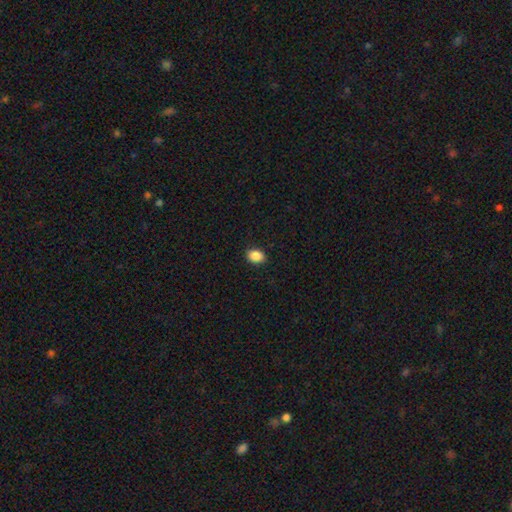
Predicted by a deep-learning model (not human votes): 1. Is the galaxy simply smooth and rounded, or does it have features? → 88% smooth, 8% star or artifact, 3% featured or disk.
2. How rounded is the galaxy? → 69% in between, 30% round, 1% cigar-shaped.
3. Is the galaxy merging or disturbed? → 89% none, 8% minor disturbance, 2% major disturbance, 1% merger.